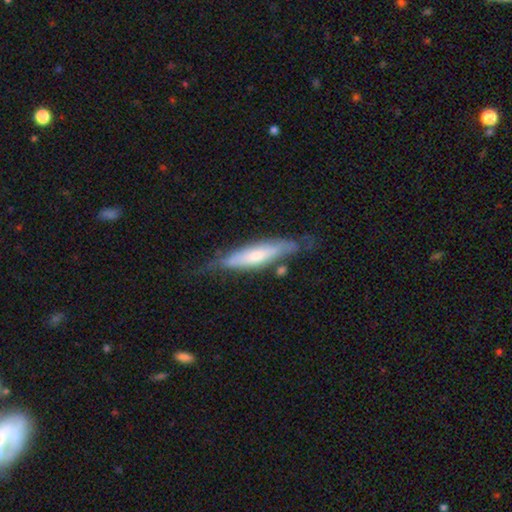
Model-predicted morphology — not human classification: This is possibly a featured or disk galaxy (51%). It is likely viewed edge-on (68%). Merging: possibly none (59%).